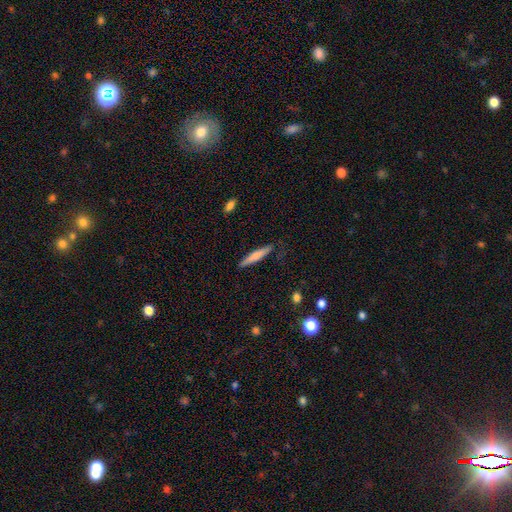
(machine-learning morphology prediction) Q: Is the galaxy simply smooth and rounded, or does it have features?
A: smooth — 63%.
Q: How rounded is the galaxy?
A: cigar-shaped — 92%.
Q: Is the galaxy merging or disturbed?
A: none — 84%.